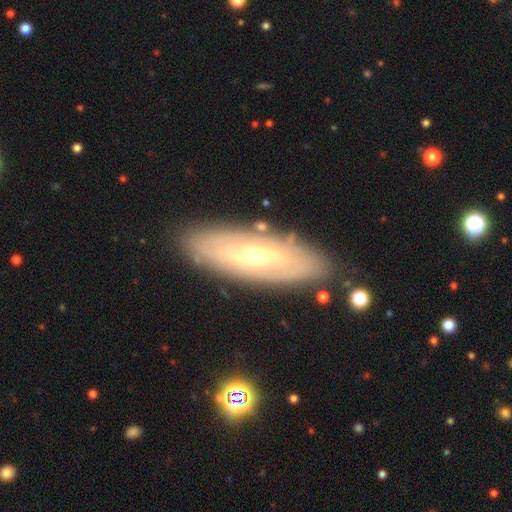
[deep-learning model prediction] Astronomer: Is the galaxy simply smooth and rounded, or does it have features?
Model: featured or disk — 70%.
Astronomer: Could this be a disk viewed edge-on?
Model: no — 79%.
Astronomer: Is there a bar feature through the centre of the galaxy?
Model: no — 63%.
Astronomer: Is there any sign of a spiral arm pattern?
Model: yes — 63%.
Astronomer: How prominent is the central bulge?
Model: moderate — 58% (runner-up: small, 35%).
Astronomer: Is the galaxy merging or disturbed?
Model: none — 84%.